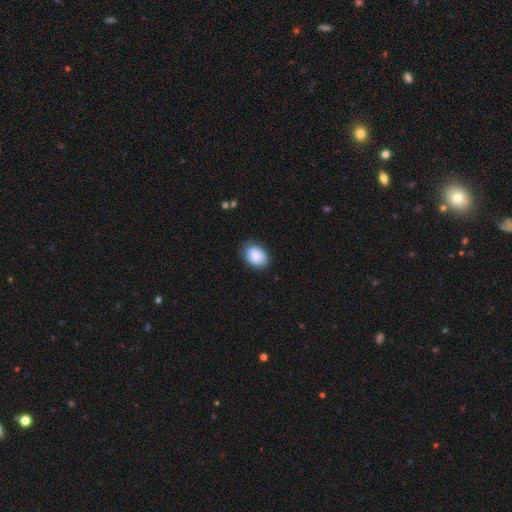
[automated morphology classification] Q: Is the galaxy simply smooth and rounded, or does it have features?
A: smooth — 78%.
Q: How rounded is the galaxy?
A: in between — 74%.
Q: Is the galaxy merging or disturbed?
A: none — 66%.